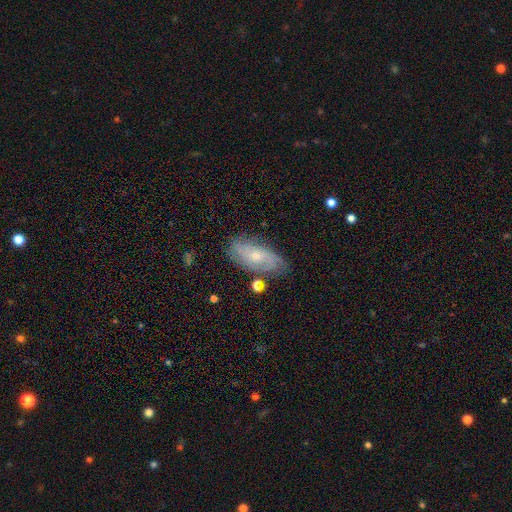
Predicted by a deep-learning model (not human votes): Overall: featured or disk (62%; smooth 31%). Edge-on disk: no (90%). Bar: no (74%). Spiral arms: yes (84%). Bulge size: small (60%; moderate 36%). Merging: none (73%).